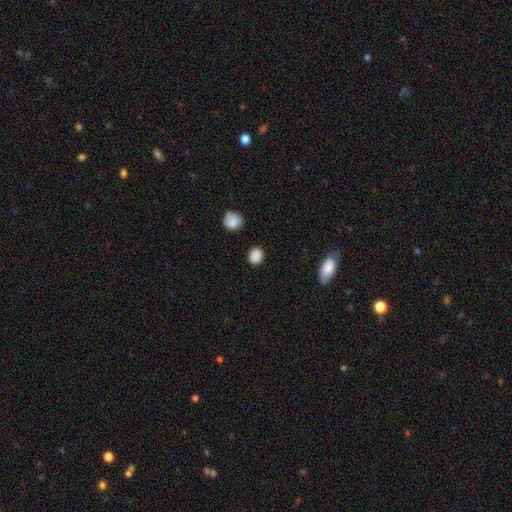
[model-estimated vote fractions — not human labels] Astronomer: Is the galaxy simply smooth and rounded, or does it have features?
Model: smooth — 87%.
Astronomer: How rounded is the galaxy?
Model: round — 65%.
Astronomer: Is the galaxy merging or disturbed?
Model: none — 86%.